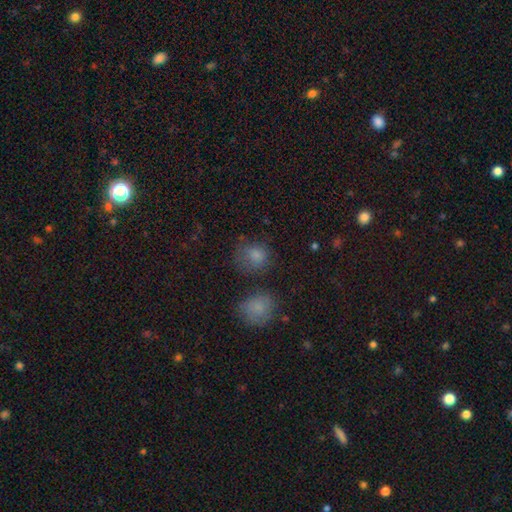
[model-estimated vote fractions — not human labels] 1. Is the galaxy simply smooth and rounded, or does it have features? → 81% smooth, 12% star or artifact, 7% featured or disk.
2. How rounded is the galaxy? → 77% round, 22% in between, 1% cigar-shaped.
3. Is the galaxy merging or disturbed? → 61% none, 20% minor disturbance, 10% major disturbance, 8% merger.